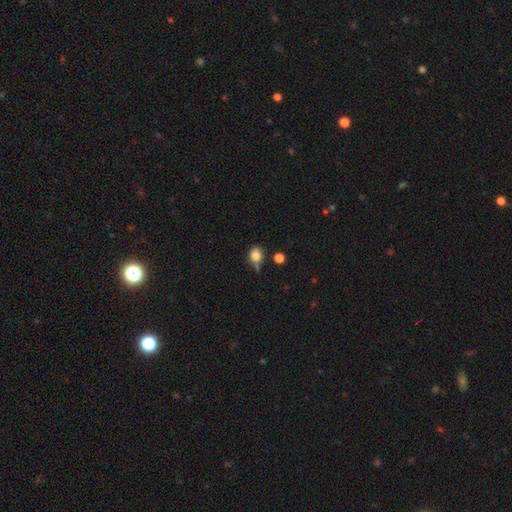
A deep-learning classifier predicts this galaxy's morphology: smooth-or-featured: smooth: 82% | star or artifact: 11% | featured or disk: 7%
  how-rounded: round: 69% | in between: 30% | cigar-shaped: 1%
  merging: none: 61% | minor disturbance: 22% | merger: 11% | major disturbance: 6%